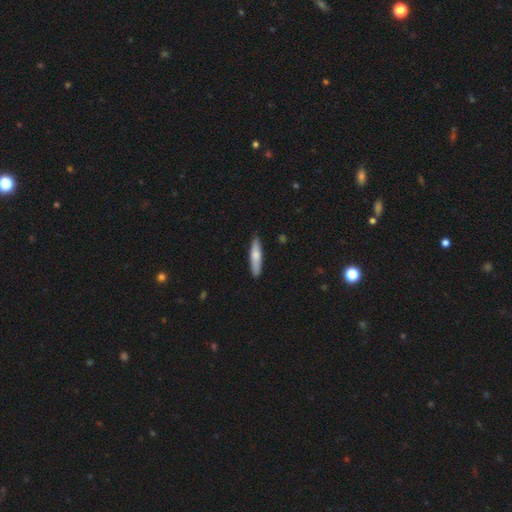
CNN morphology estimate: Smooth or featured? smooth (71%)
How rounded? cigar-shaped (79%)
Merging? none (87%)